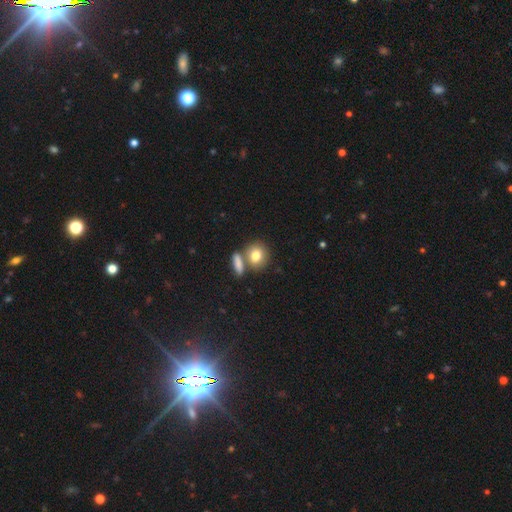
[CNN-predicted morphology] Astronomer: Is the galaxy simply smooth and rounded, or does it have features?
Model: smooth — 79%.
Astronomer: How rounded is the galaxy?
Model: round — 66%.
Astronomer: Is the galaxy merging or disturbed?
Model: none — 57%.